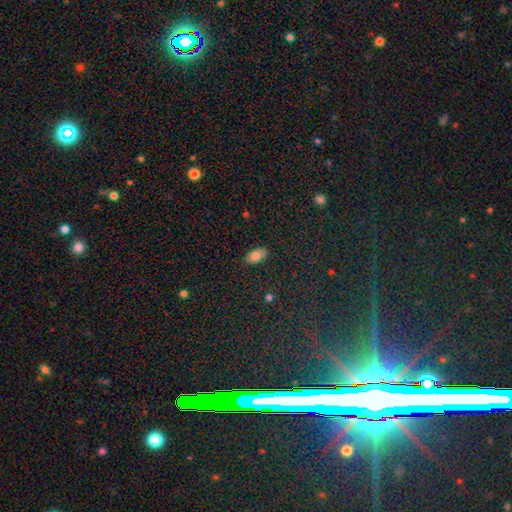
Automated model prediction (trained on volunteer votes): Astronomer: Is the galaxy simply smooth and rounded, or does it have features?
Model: smooth — 83%.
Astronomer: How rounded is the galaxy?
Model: in between — 94%.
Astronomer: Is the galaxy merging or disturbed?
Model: none — 84%.